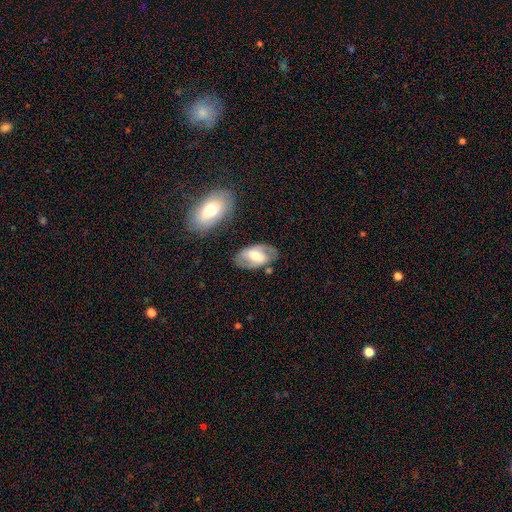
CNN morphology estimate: This is possibly a featured or disk galaxy (59%). It is clearly not viewed edge-on (93%). Bar: marginally weak (41%). Spiral arm pattern: likely yes (69%). Central bulge: possibly moderate (56%). Merging: likely none (72%).